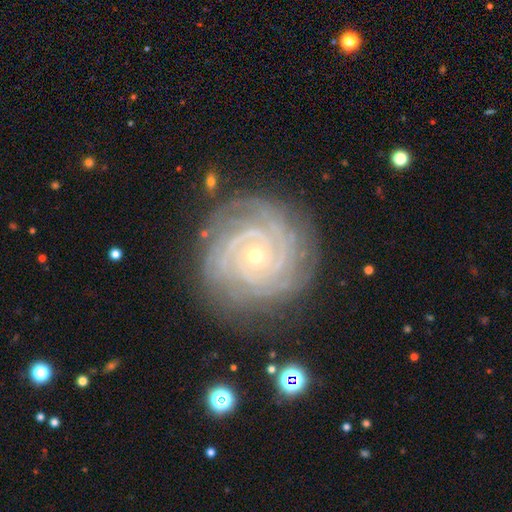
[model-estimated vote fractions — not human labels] Smooth or featured? Predicted: featured or disk (p=0.89). Edge-on disk? Predicted: no (p=0.98). Bar? Predicted: no (p=0.78). Spiral arms? Predicted: yes (p=0.98). Spiral winding? Predicted: tight (p=0.87). Spiral arm count? Predicted: 3 (p=0.23). Bulge size? Predicted: small (p=0.74). Merging? Predicted: none (p=0.82).